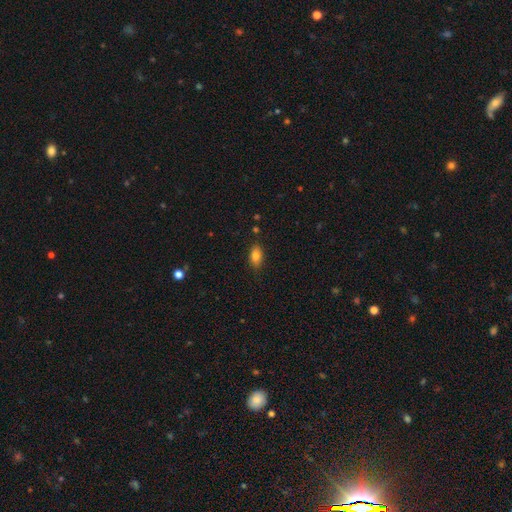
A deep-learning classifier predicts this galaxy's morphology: Smooth or featured: smooth — 82% (star or artifact — 9%)
How rounded: in between — 89% (round — 8%)
Merging: none — 82% (minor disturbance — 14%)